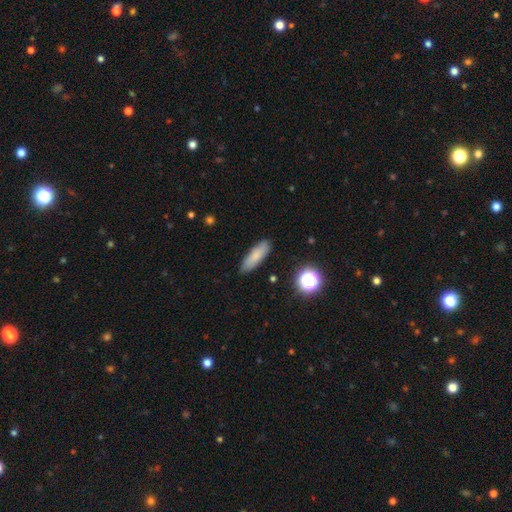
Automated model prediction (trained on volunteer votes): The model was most divided on "how rounded": cigar-shaped: 49%, in between: 48%, round: 3%. More confident: merging — none (86%); smooth or featured — smooth (81%).